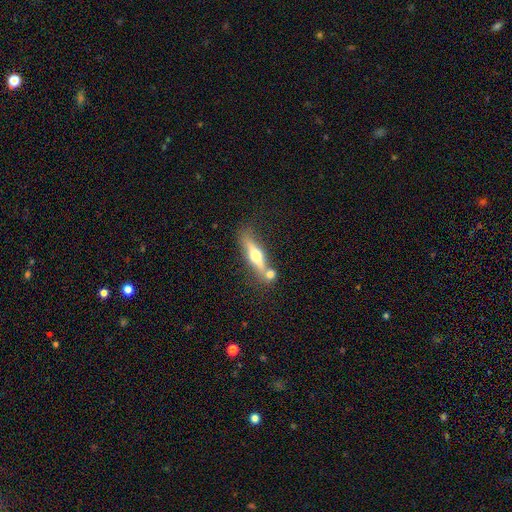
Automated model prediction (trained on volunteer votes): Q: Smooth or featured?
A: featured or disk (59%); runner-up: smooth (35%)
Q: Edge-on disk?
A: yes (90%); runner-up: no (10%)
Q: Edge-on bulge?
A: rounded (94%); runner-up: boxy (3%)
Q: Merging?
A: none (55%); runner-up: merger (29%)